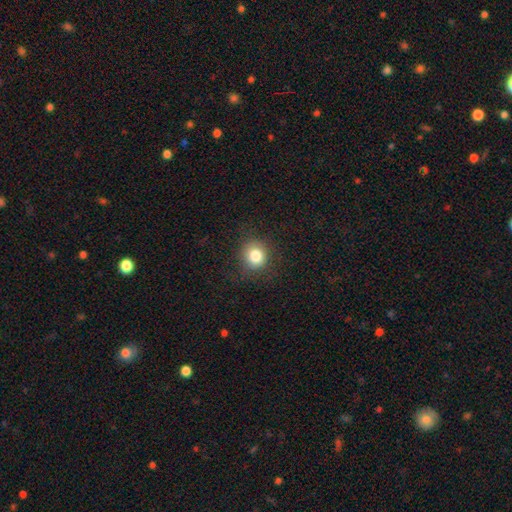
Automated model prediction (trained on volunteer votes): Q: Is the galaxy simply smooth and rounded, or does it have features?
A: smooth — 82%.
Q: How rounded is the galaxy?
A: round — 83%.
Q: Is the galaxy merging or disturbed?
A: none — 84%.